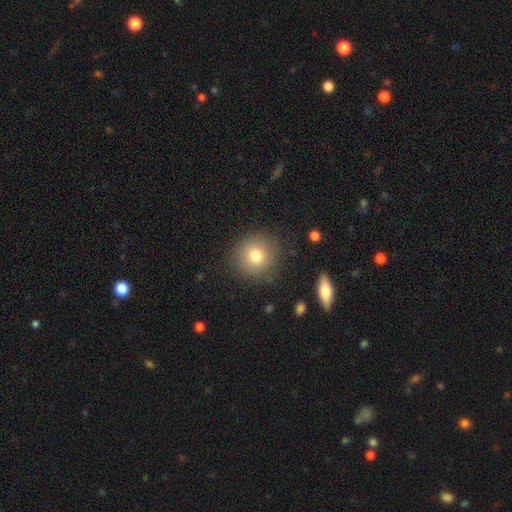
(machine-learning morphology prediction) This appears to be a smooth galaxy with no disk features (79%) that is round (92%). Merging: none (86%).